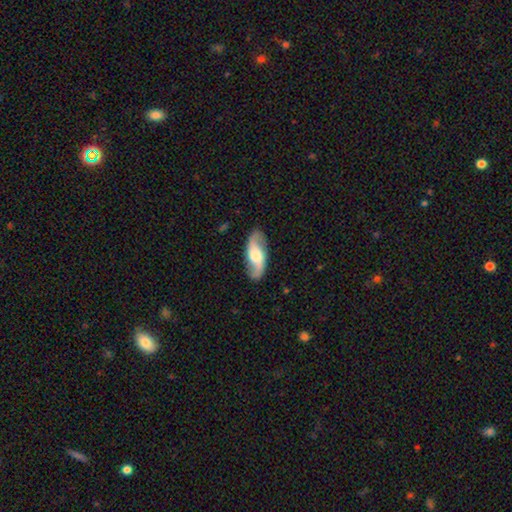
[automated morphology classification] This appears to be a featured or disk galaxy (76%) with no bar (49%), 2 (93%) loose (63%) spiral arms (94%) and a moderate central bulge (57%). Merging: none (86%).